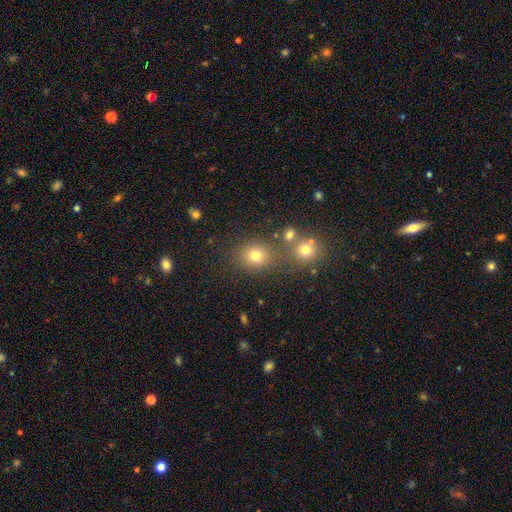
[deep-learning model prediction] This is likely a smooth galaxy (74%). How rounded: likely round (75%). Merging: likely none (70%).